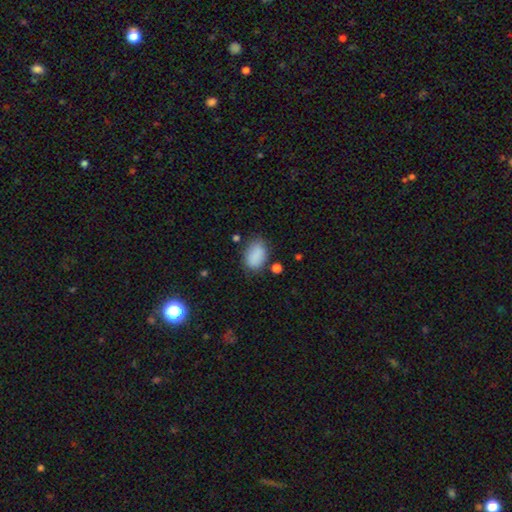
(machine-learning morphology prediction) smooth-or-featured: smooth: 86% | star or artifact: 8% | featured or disk: 6%
  how-rounded: in between: 86% | round: 13% | cigar-shaped: 1%
  merging: none: 70% | minor disturbance: 20% | major disturbance: 6% | merger: 4%